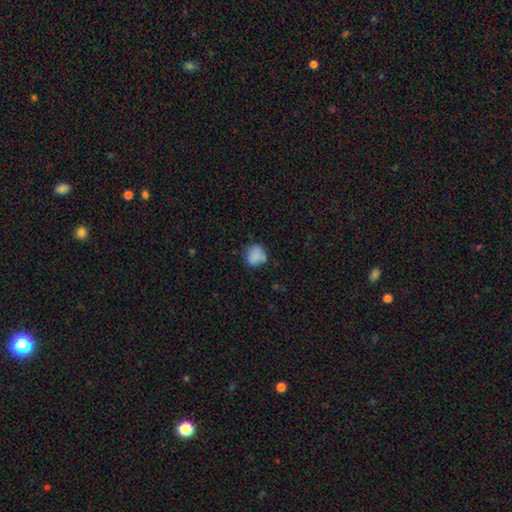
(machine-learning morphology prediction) type=smooth (82%); roundness=round (76%); merging=none (64%).